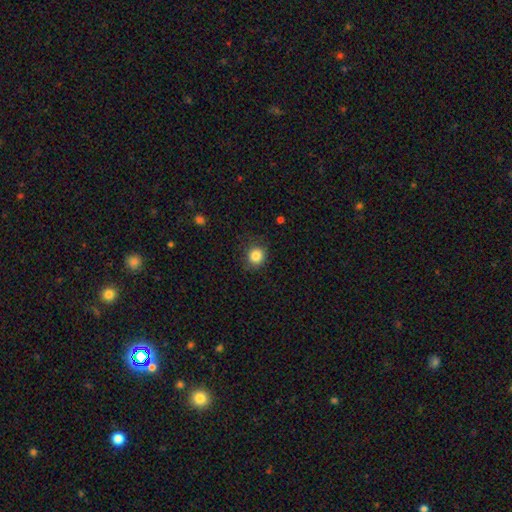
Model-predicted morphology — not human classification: The model was most divided on "merging": none: 83%, minor disturbance: 13%, major disturbance: 4%, merger: 1%. More confident: how rounded — round (88%); smooth or featured — smooth (85%).